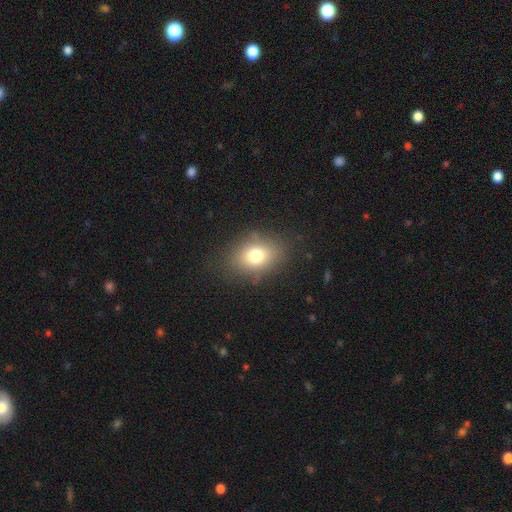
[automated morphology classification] Smooth or featured: smooth — 75% (featured or disk — 13%)
How rounded: in between — 68% (round — 30%)
Merging: none — 80% (minor disturbance — 13%)